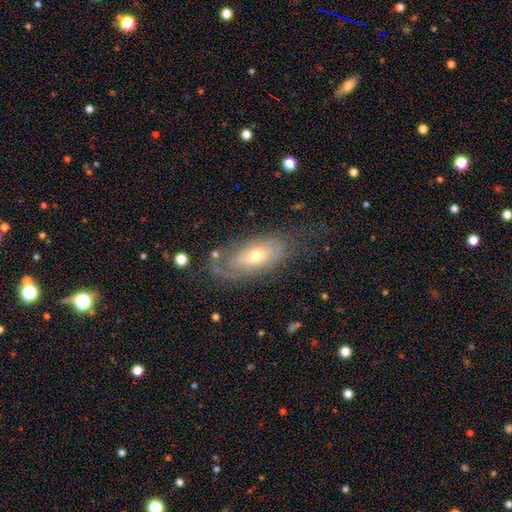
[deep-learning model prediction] Smooth or featured? Predicted: featured or disk (p=0.72). Edge-on disk? Predicted: no (p=0.90). Bar? Predicted: no (p=0.68). Spiral arms? Predicted: yes (p=0.83). Spiral winding? Predicted: tight (p=0.55). Spiral arm count? Predicted: can't tell (p=0.39). Bulge size? Predicted: moderate (p=0.67). Merging? Predicted: none (p=0.57).